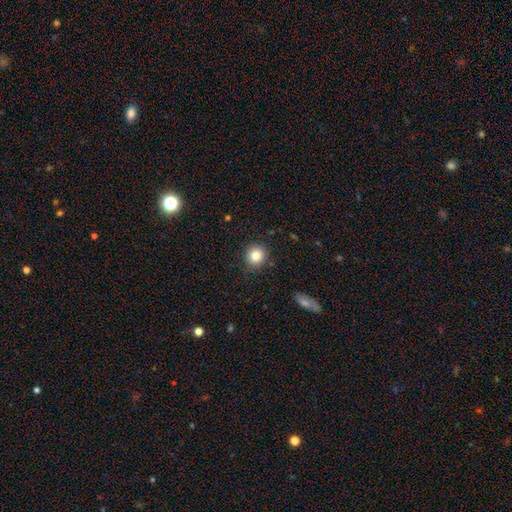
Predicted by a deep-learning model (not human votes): Overall: smooth (83%). How rounded: round (90%). Merging: none (89%).